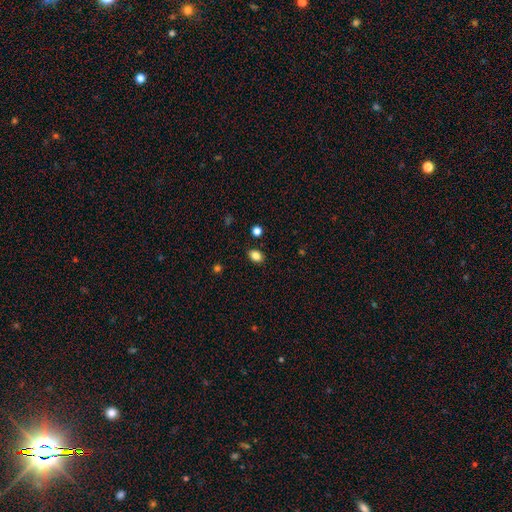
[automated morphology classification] smooth-or-featured: smooth: 84% | star or artifact: 11% | featured or disk: 5%
  how-rounded: in between: 68% | round: 31% | cigar-shaped: 1%
  merging: none: 87% | minor disturbance: 9% | major disturbance: 2% | merger: 2%